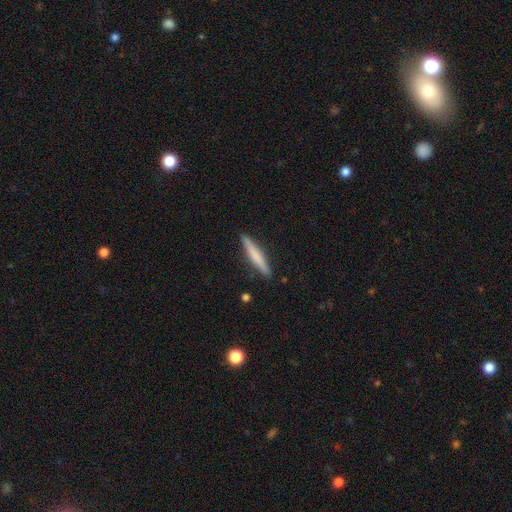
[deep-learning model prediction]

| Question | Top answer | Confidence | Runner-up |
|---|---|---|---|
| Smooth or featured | smooth | 64% | featured or disk (31%) |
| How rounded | cigar-shaped | 94% | in between (5%) |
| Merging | none | 90% | minor disturbance (7%) |